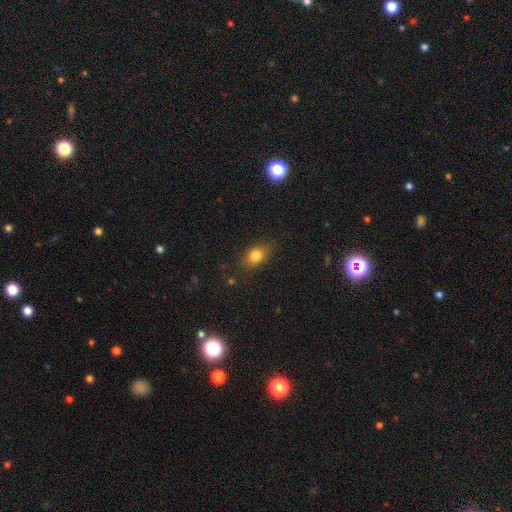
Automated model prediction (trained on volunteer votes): Q: Smooth or featured?
A: smooth (80%); runner-up: star or artifact (10%)
Q: How rounded?
A: in between (71%); runner-up: round (26%)
Q: Merging?
A: none (80%); runner-up: minor disturbance (15%)